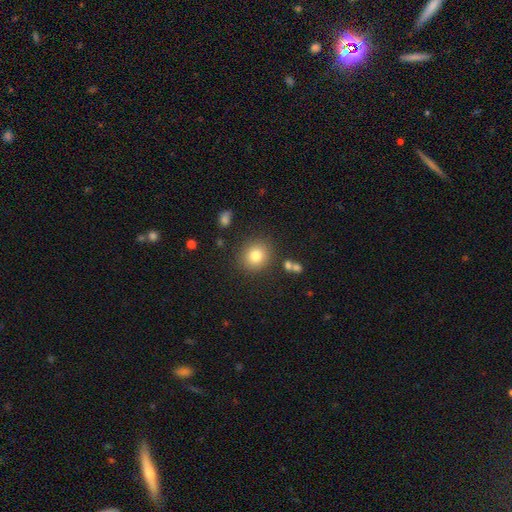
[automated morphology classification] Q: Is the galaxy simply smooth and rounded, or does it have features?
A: smooth — 81%.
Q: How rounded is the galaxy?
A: round — 84%.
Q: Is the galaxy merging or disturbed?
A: none — 85%.